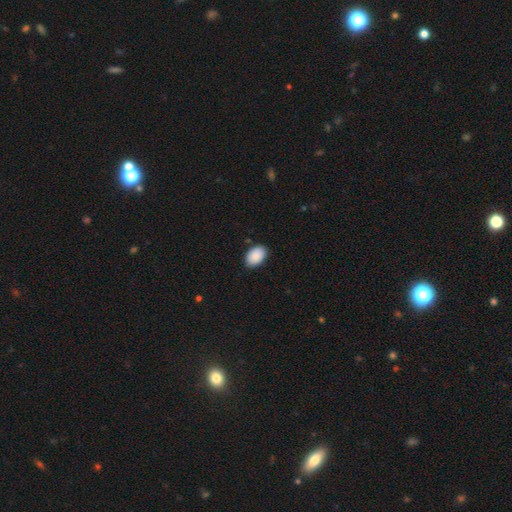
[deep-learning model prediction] A smooth galaxy with no disk features (90%) that is in between round and cigar-shaped (90%).

Vote fractions:
- Smooth or featured? smooth: 90% / star or artifact: 6% / featured or disk: 4%
- How rounded? in between: 90% / round: 9% / cigar-shaped: 1%
- Merging? none: 88% / minor disturbance: 9% / major disturbance: 2% / merger: 1%